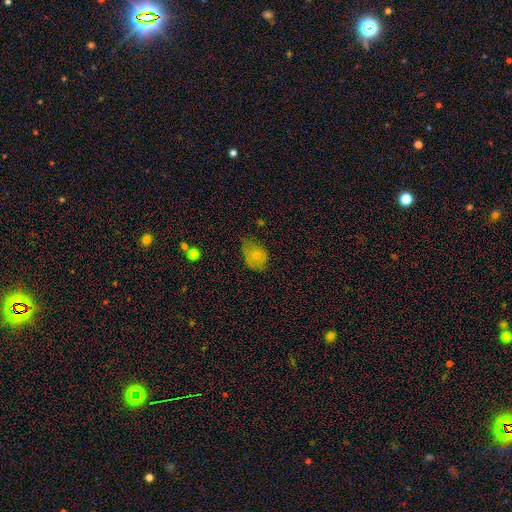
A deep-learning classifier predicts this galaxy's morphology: Overall: smooth (69%). How rounded: in between (59%; round 40%). Merging: minor disturbance (43%; none 34%).